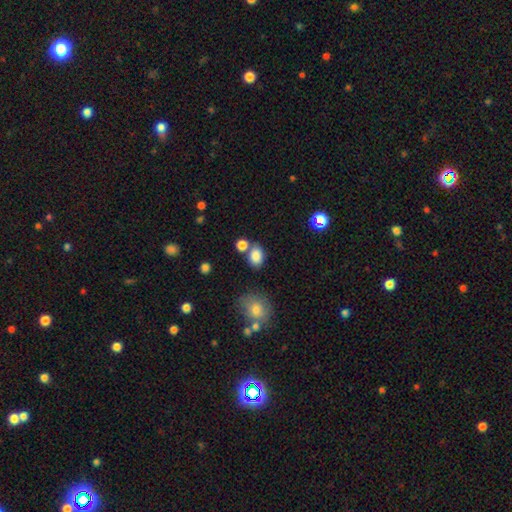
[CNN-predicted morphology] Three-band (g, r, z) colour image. It shows a smooth galaxy with no disk features (84%) that is in between round and cigar-shaped (68%). Merging: none (64%).